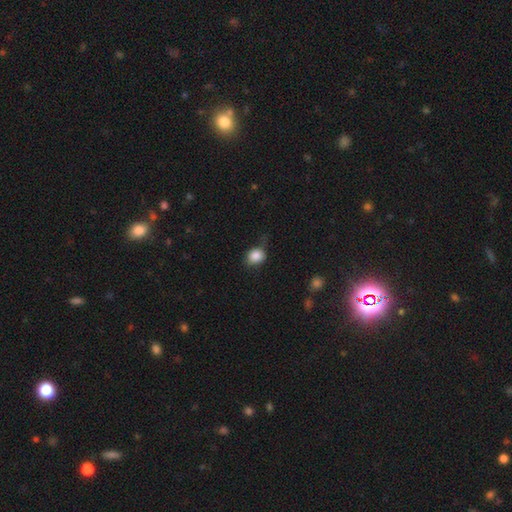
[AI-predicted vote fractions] This is clearly a smooth galaxy (85%). How rounded: likely round (61%). Merging: likely none (61%).